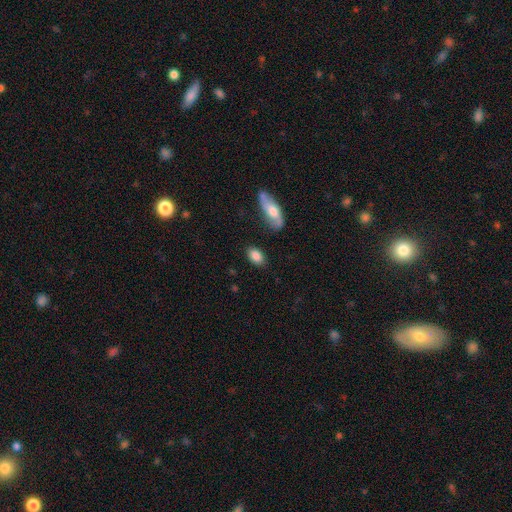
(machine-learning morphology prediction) Smooth or featured? smooth (86%)
How rounded? in between (87%)
Merging? none (84%)